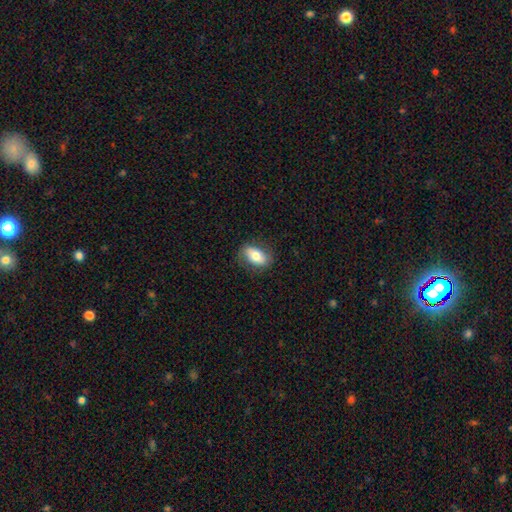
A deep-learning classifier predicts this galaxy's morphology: Smooth or featured? Predicted: smooth (p=0.69). How rounded? Predicted: in between (p=0.89). Merging? Predicted: none (p=0.79).